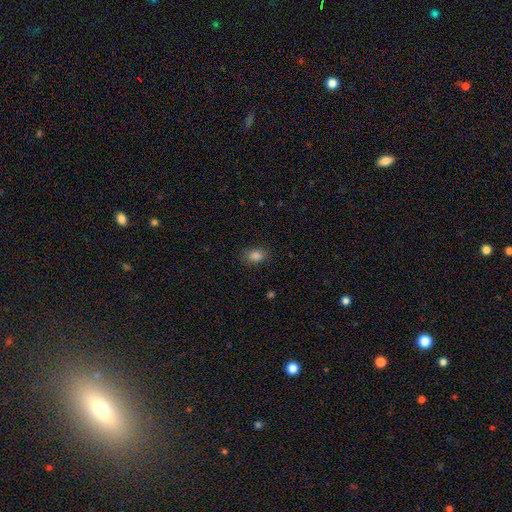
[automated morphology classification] smooth_or_featured: smooth (p=0.85) [alt: star or artifact p=0.11]
how_rounded: in between (p=0.77) [alt: round p=0.22]
merging: none (p=0.83) [alt: minor disturbance p=0.13]